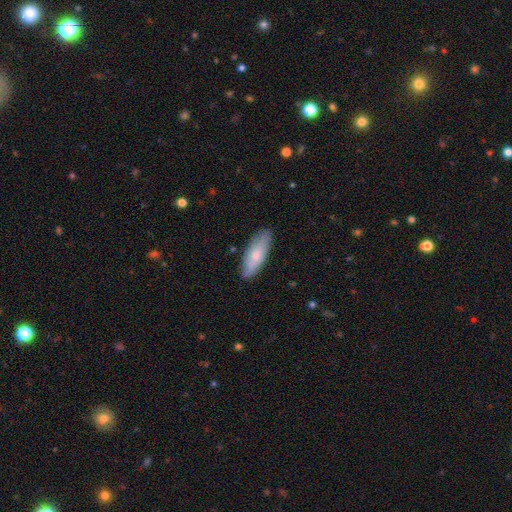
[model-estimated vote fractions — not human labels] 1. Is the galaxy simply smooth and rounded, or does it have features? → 71% smooth, 24% featured or disk, 6% star or artifact.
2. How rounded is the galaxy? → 65% in between, 33% cigar-shaped, 2% round.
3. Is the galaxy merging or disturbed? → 83% none, 13% minor disturbance, 2% major disturbance, 1% merger.